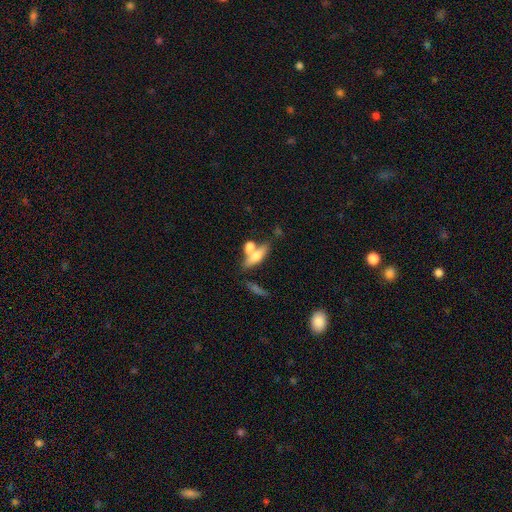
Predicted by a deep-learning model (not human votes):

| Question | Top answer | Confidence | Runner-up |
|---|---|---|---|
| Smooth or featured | smooth | 61% | featured or disk (30%) |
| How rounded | in between | 56% | cigar-shaped (37%) |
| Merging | merger | 43% | none (40%) |